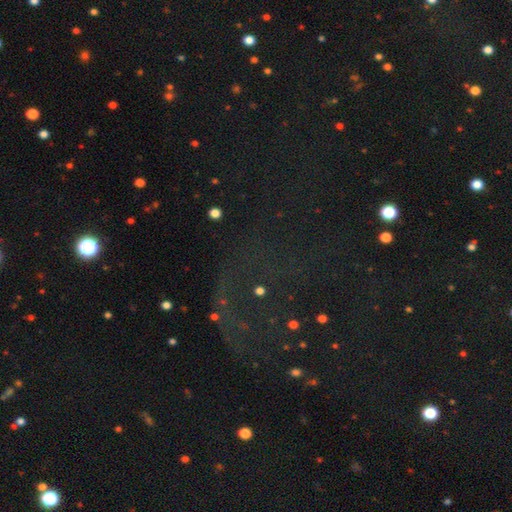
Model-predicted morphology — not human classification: Smooth or featured? Predicted: star or artifact (p=0.68).